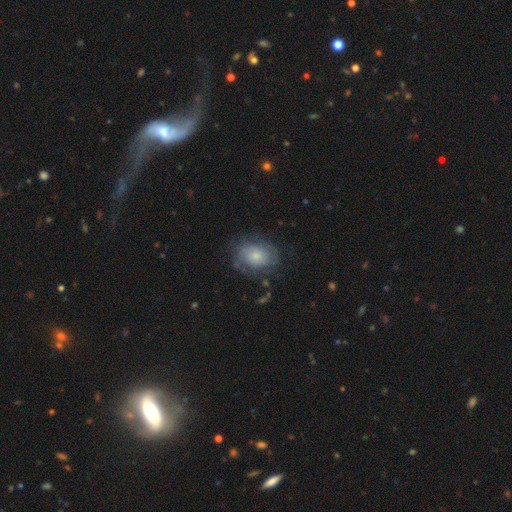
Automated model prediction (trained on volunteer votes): smooth-or-featured: smooth: 48% | featured or disk: 44% | star or artifact: 8%
  merging: none: 65% | minor disturbance: 21% | major disturbance: 12% | merger: 2%